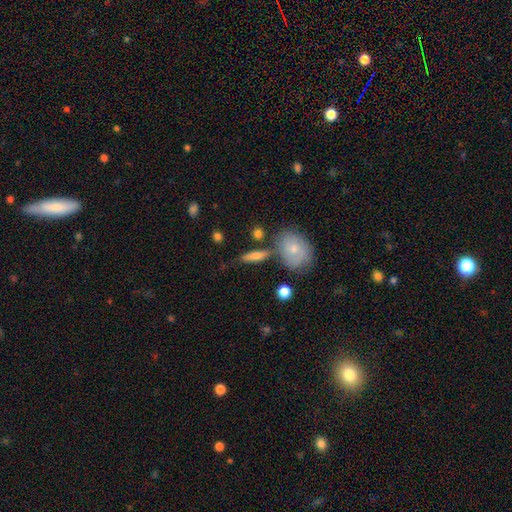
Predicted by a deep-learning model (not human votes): Smooth or featured?
  - smooth: 63% *
  - featured or disk: 29%
  - star or artifact: 8%
How rounded?
  - cigar-shaped: 53% *
  - in between: 38%
  - round: 9%
Merging?
  - none: 66% *
  - minor disturbance: 15%
  - merger: 13%
  - major disturbance: 6%